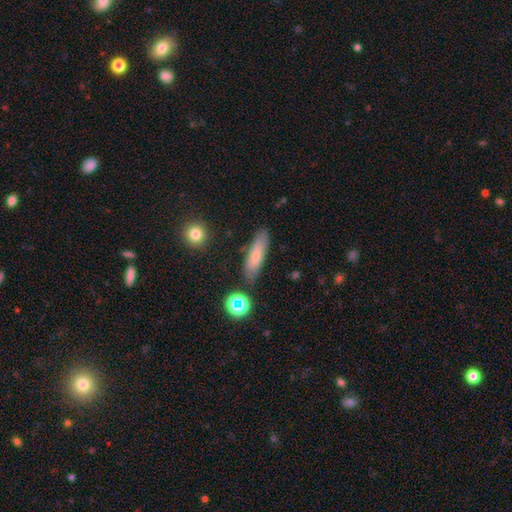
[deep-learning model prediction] smooth 72%, featured or disk 18%, star or artifact 10%. Down the decision tree: how rounded — cigar-shaped (63%); merging — none (81%).